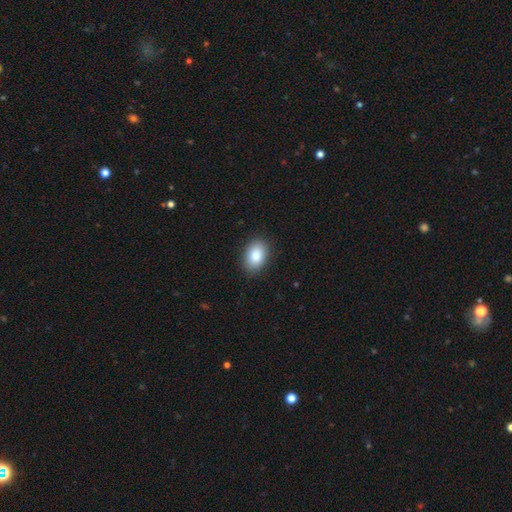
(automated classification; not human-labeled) A smooth galaxy with no disk features (83%) that is in between round and cigar-shaped (81%).

Vote fractions:
- Smooth or featured? smooth: 83% / featured or disk: 9% / star or artifact: 8%
- How rounded? in between: 81% / round: 17% / cigar-shaped: 1%
- Merging? none: 89% / minor disturbance: 8% / major disturbance: 2% / merger: 1%